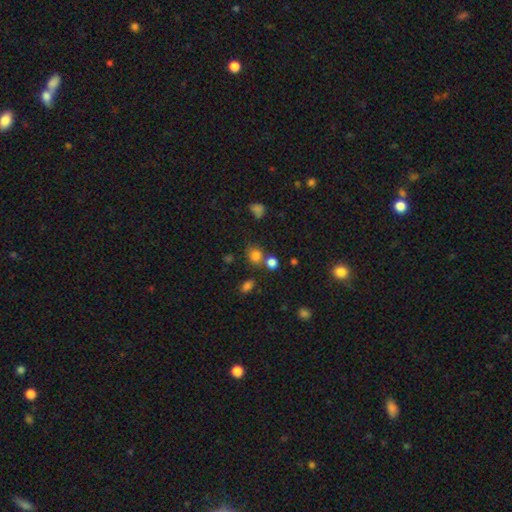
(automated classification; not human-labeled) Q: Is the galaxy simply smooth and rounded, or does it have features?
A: smooth — 76%.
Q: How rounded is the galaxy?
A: round — 75%.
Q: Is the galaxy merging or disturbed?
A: none — 63%.